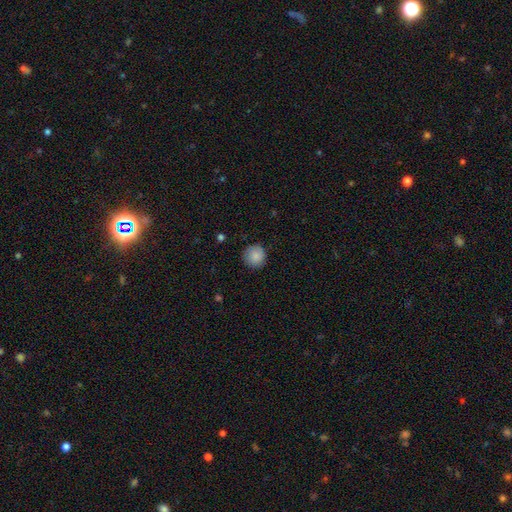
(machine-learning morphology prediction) smooth_or_featured: smooth (p=0.86) [alt: star or artifact p=0.08]
how_rounded: round (p=0.95) [alt: in between p=0.05]
merging: none (p=0.87) [alt: minor disturbance p=0.10]